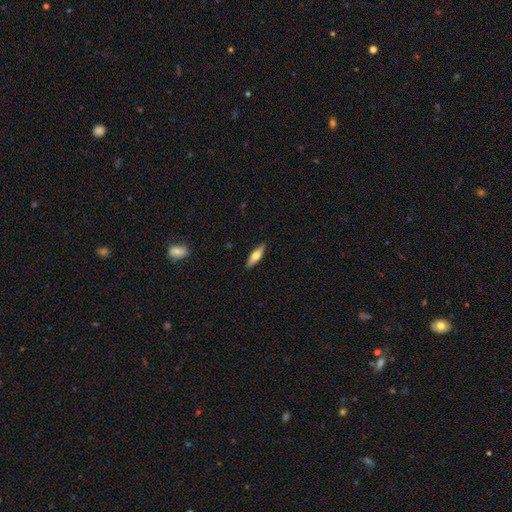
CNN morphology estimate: smooth_or_featured: smooth (p=0.61) [alt: featured or disk p=0.33]
how_rounded: cigar-shaped (p=0.55) [alt: in between p=0.43]
merging: none (p=0.89) [alt: minor disturbance p=0.09]